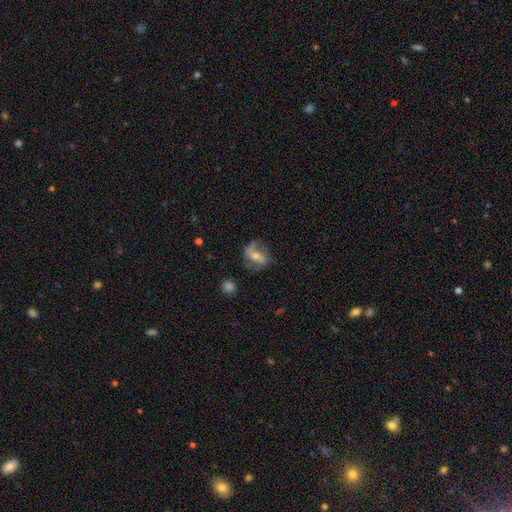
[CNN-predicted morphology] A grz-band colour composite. It shows a featured or disk galaxy (72%) with a strong bar (41%), 2 (78%) loose (53%) spiral arms (85%) and a moderate central bulge (51%). Merging: none (68%).